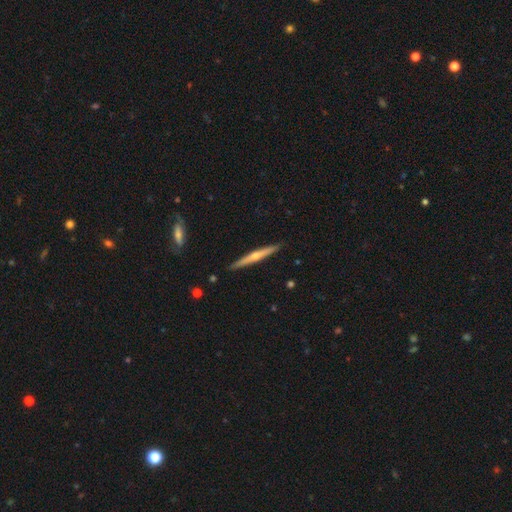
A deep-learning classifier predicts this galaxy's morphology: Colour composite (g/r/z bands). It shows a featured or disk galaxy (68%) viewed edge-on (98%) with a rounded central bulge (80%). Merging: none (91%).